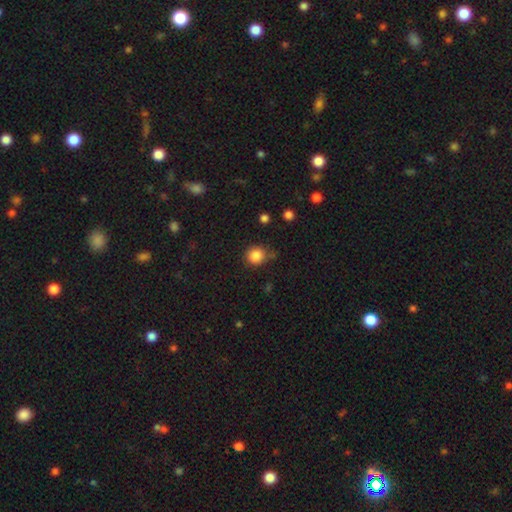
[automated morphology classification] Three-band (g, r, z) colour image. It shows a smooth galaxy with no disk features (86%) that is round (84%). Merging: none (74%).